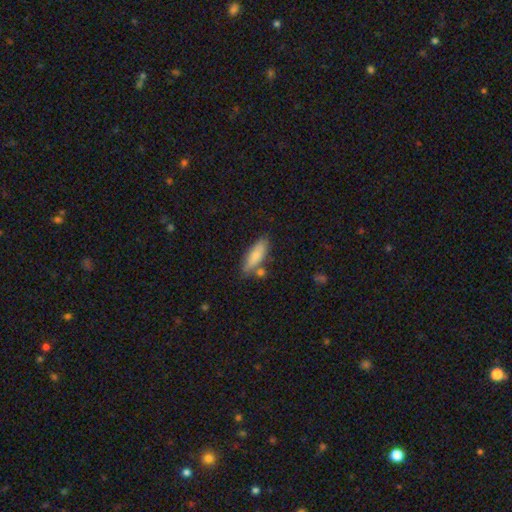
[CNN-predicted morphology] Smooth or featured?
  - smooth: 79% *
  - featured or disk: 15%
  - star or artifact: 6%
How rounded?
  - in between: 54% *
  - cigar-shaped: 44%
  - round: 2%
Merging?
  - none: 69% *
  - minor disturbance: 17%
  - merger: 10%
  - major disturbance: 4%